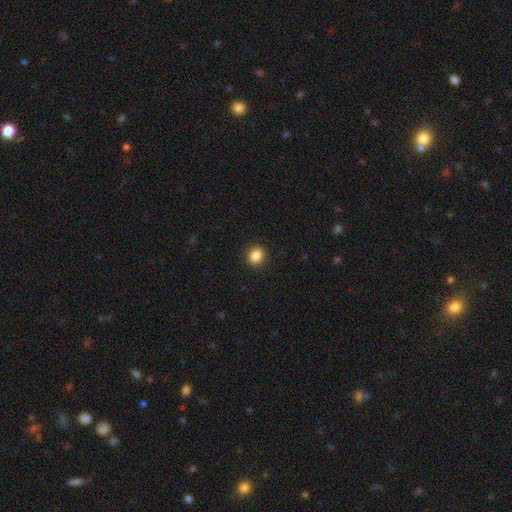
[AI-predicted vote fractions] The model was most divided on "how rounded": round: 77%, in between: 22%, cigar-shaped: 1%. More confident: merging — none (91%); smooth or featured — smooth (86%).